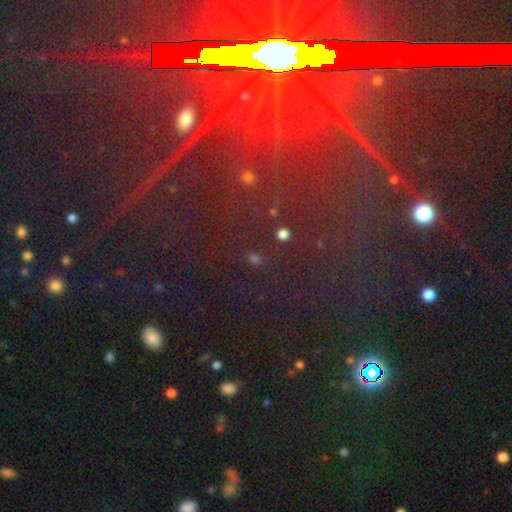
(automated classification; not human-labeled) This appears to be a star or artifact, not a galaxy (78%).